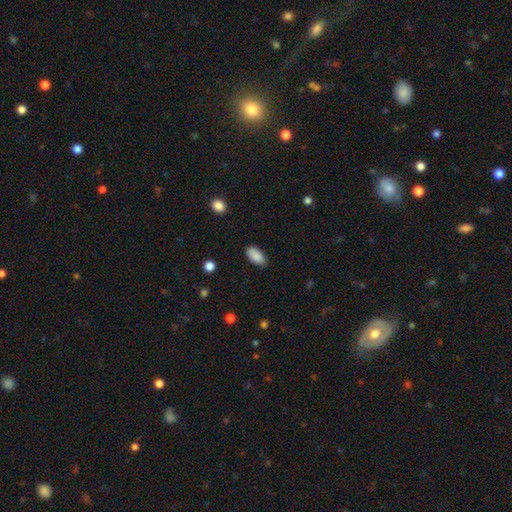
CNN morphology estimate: smooth 89%, star or artifact 7%, featured or disk 4%. Down the decision tree: how rounded — in between (93%); merging — none (85%).